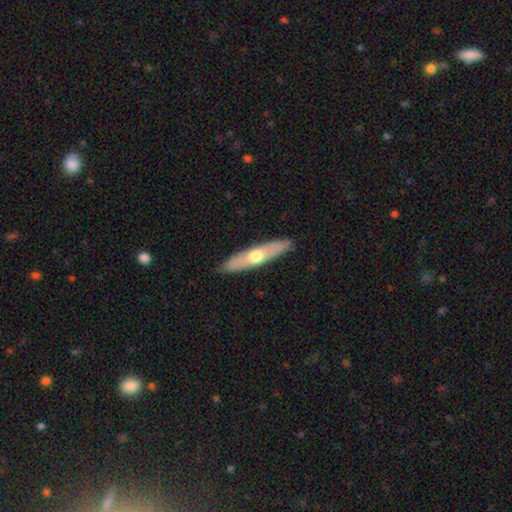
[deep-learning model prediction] Morphology: type=smooth (48%); merging=none (87%).